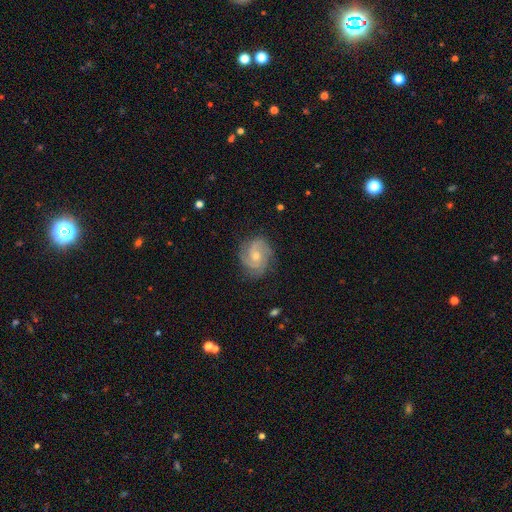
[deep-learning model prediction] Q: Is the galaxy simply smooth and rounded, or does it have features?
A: featured or disk — 82%.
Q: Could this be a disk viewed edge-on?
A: no — 98%.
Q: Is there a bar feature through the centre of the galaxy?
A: no — 63%.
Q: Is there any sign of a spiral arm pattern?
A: yes — 97%.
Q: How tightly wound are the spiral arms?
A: tight — 44%.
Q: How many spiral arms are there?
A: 3 — 36%.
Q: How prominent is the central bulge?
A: moderate — 50%.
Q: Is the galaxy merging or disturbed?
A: none — 80%.